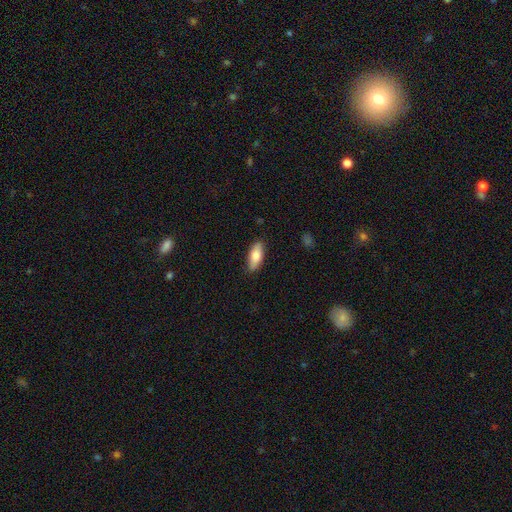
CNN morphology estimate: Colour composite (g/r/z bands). It shows a smooth galaxy with no disk features (81%) that is in between round and cigar-shaped (77%). Merging: none (85%).